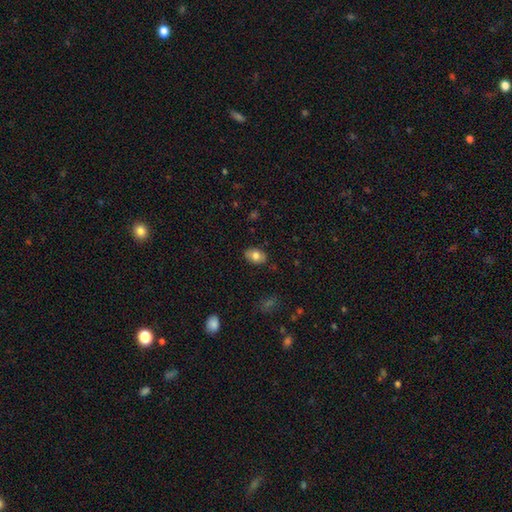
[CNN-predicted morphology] Smooth or featured: smooth — 77% (featured or disk — 15%)
How rounded: in between — 83% (round — 15%)
Merging: none — 85% (minor disturbance — 12%)